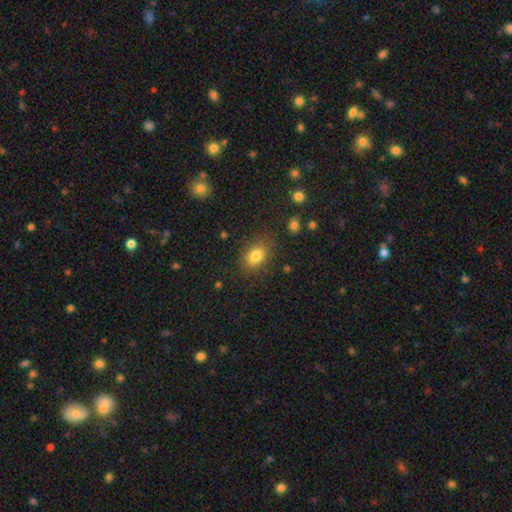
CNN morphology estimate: Smooth or featured? Predicted: smooth (p=0.82). How rounded? Predicted: in between (p=0.66). Merging? Predicted: none (p=0.81).